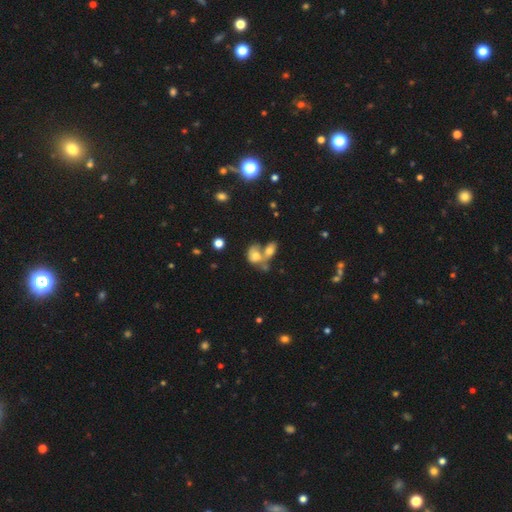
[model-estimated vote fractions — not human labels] Morphology: type=smooth (65%); roundness=in between (70%); merging=merger (62%).